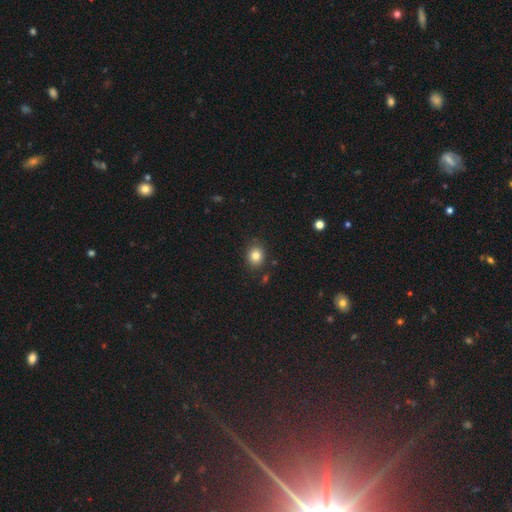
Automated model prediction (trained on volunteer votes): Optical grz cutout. It shows a smooth galaxy with no disk features (82%) that is round (71%). Merging: none (86%).